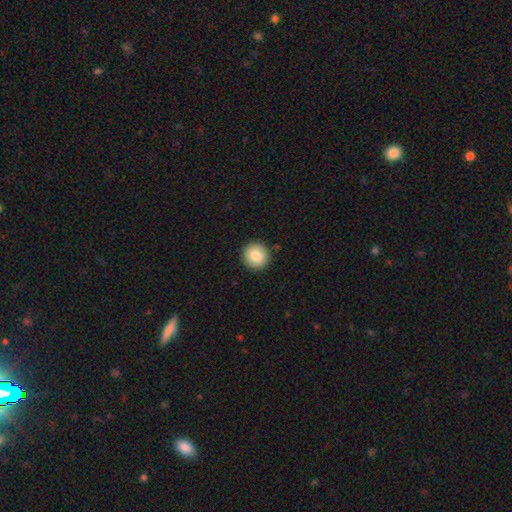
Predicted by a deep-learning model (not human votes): smooth-or-featured: smooth: 84% | star or artifact: 8% | featured or disk: 8%
  how-rounded: round: 94% | in between: 6% | cigar-shaped: 1%
  merging: none: 92% | minor disturbance: 5% | major disturbance: 2% | merger: 1%